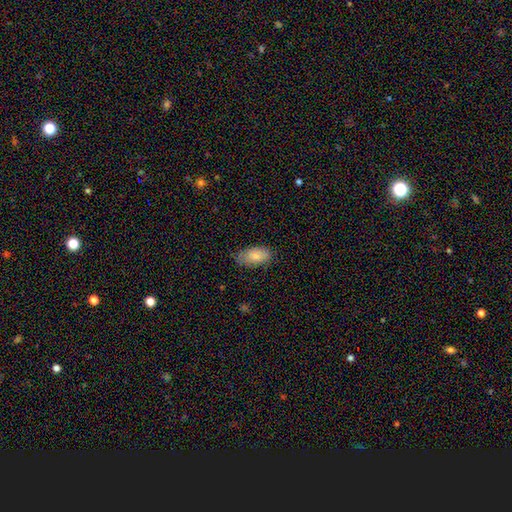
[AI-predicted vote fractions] Smooth or featured: smooth — 82% (featured or disk — 11%)
How rounded: in between — 94% (cigar-shaped — 4%)
Merging: none — 70% (minor disturbance — 24%)